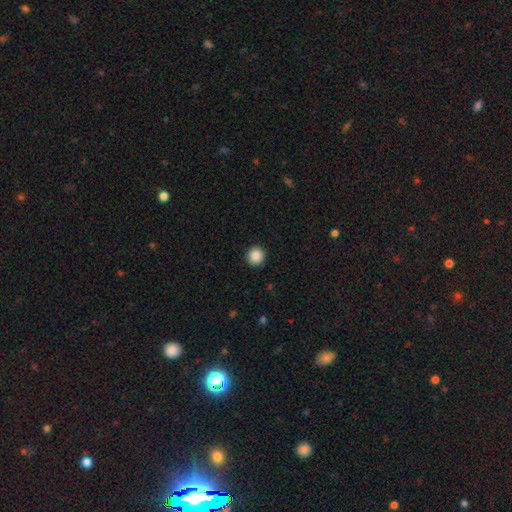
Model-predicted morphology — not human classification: Overall: smooth (88%). How rounded: round (95%). Merging: none (92%).